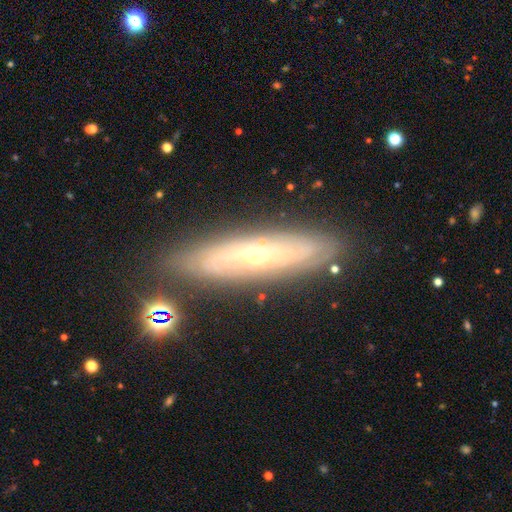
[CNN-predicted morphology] The model was most divided on "edge-on disk": no: 60%, yes: 40%. More confident: merging — none (81%); smooth or featured — featured or disk (70%).